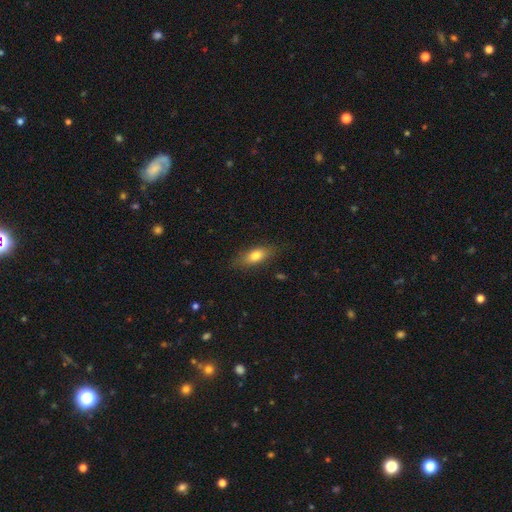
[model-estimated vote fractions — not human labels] A smooth galaxy with no disk features (77%) that is in between round and cigar-shaped (75%).

Vote fractions:
- Smooth or featured? smooth: 77% / featured or disk: 16% / star or artifact: 7%
- How rounded? in between: 75% / cigar-shaped: 20% / round: 5%
- Merging? none: 81% / minor disturbance: 14% / major disturbance: 4% / merger: 1%